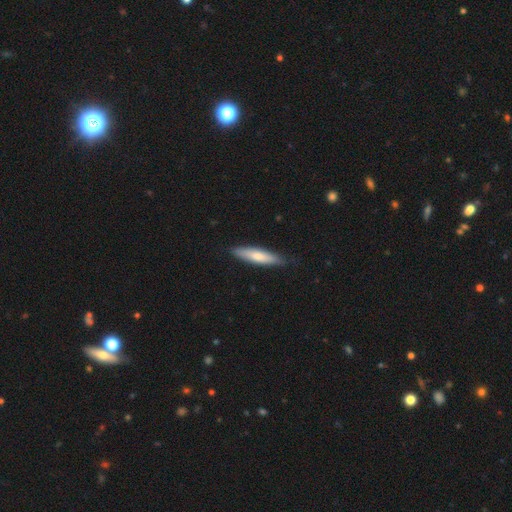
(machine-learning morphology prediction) type=smooth (68%); roundness=cigar-shaped (79%); merging=none (86%).